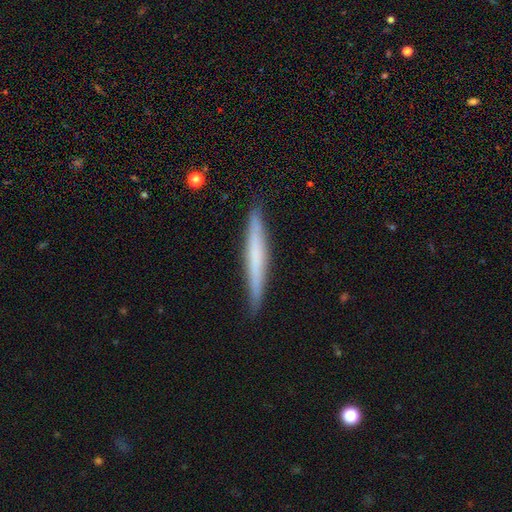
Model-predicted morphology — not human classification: Smooth or featured?
  - smooth: 52% *
  - featured or disk: 41%
  - star or artifact: 7%
How rounded?
  - cigar-shaped: 96% *
  - in between: 3%
  - round: 1%
Merging?
  - none: 88% *
  - minor disturbance: 9%
  - major disturbance: 2%
  - merger: 1%